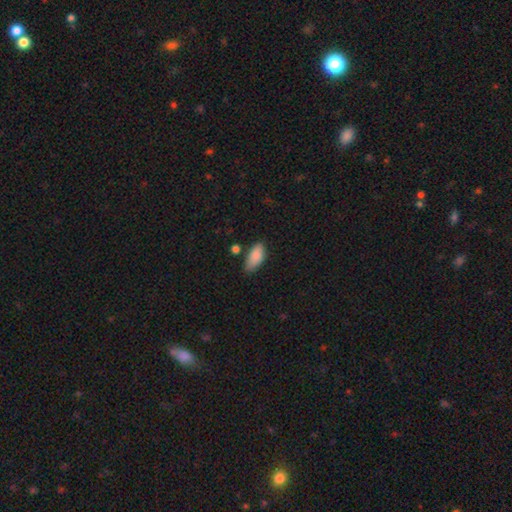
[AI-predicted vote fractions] Morphology: type=smooth (84%); roundness=in between (90%); merging=none (67%).